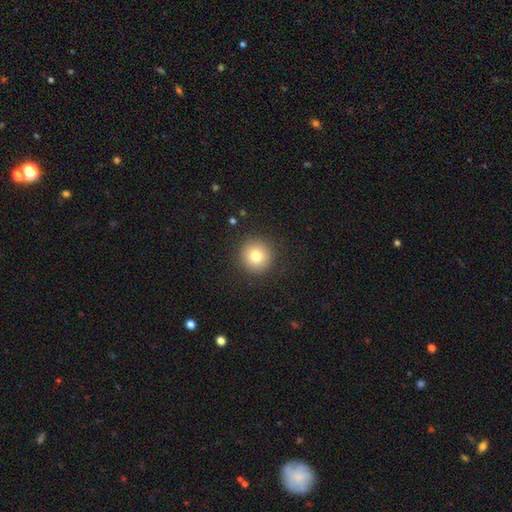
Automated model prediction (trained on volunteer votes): The model was most divided on "smooth or featured": smooth: 78%, star or artifact: 12%, featured or disk: 10%. More confident: how rounded — round (95%); merging — none (91%).